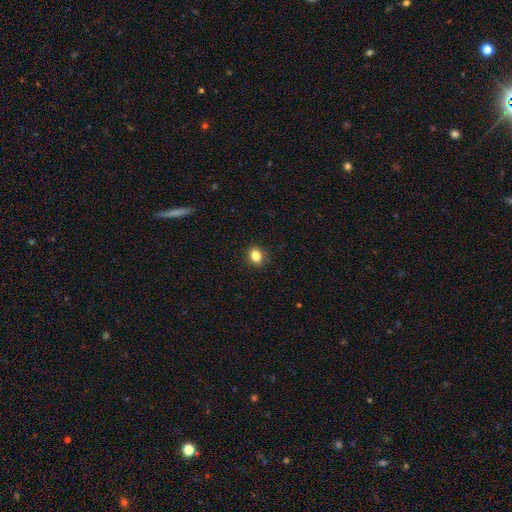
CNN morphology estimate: A smooth galaxy with no disk features (83%) that is in between round and cigar-shaped (64%).

Vote fractions:
- Smooth or featured? smooth: 83% / star or artifact: 10% / featured or disk: 7%
- How rounded? in between: 64% / round: 34% / cigar-shaped: 2%
- Merging? none: 87% / minor disturbance: 10% / major disturbance: 2% / merger: 1%